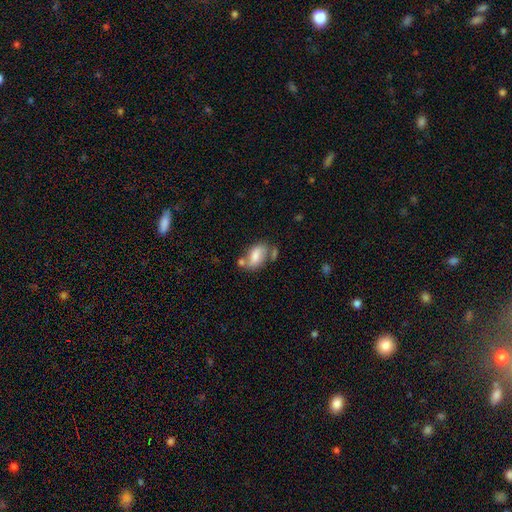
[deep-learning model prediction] Smooth or featured? smooth (67%)
How rounded? in between (88%)
Merging? none (45%)